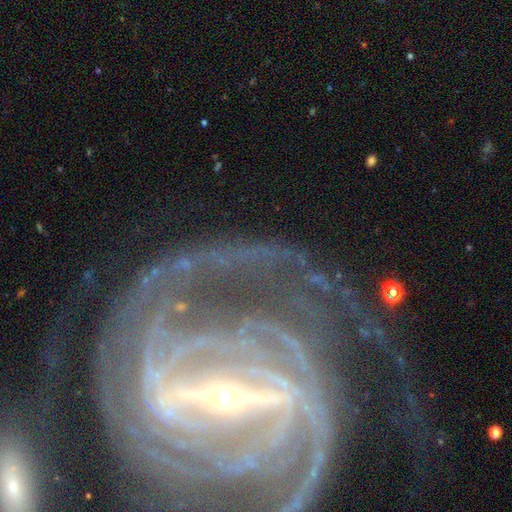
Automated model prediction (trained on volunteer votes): This is clearly a featured or disk galaxy (84%). It is clearly not viewed edge-on (92%). Bar: likely strong (65%). Spiral arm pattern: clearly yes (92%). Spiral arm count: marginally 2 (26%). Spiral winding: likely tight (61%). Central bulge: likely small (71%). Merging: likely none (67%).